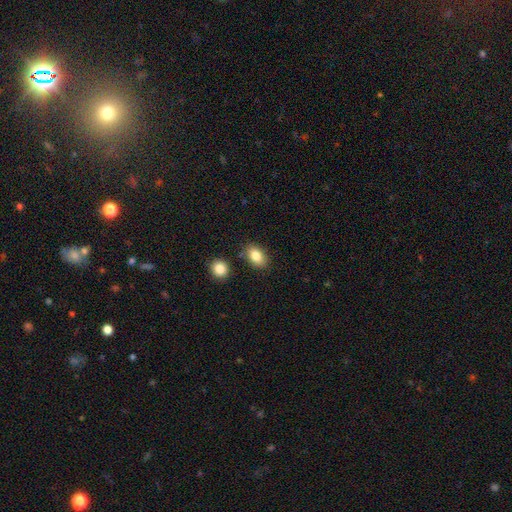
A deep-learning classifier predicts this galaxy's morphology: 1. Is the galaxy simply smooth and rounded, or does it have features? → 84% smooth, 8% star or artifact, 8% featured or disk.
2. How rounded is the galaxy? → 85% in between, 13% round, 2% cigar-shaped.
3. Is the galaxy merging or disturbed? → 80% none, 11% minor disturbance, 6% merger, 3% major disturbance.